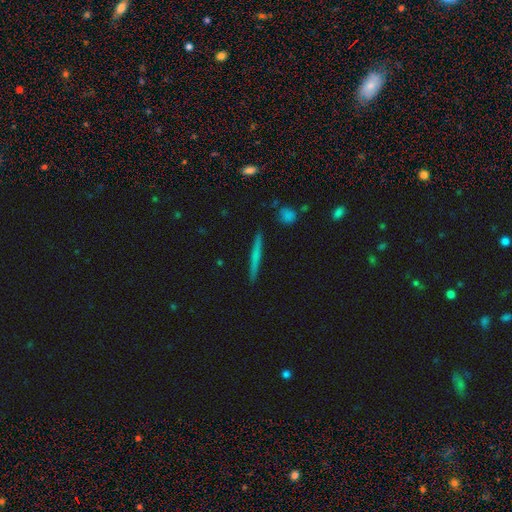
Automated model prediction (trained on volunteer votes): Overall: smooth (54%; featured or disk 39%). How rounded: cigar-shaped (95%). Merging: none (91%).